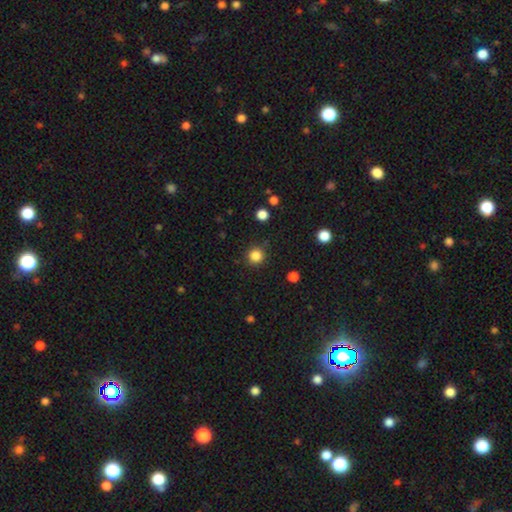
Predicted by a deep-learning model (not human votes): Smooth or featured? Predicted: smooth (p=0.85). How rounded? Predicted: round (p=0.94). Merging? Predicted: none (p=0.88).